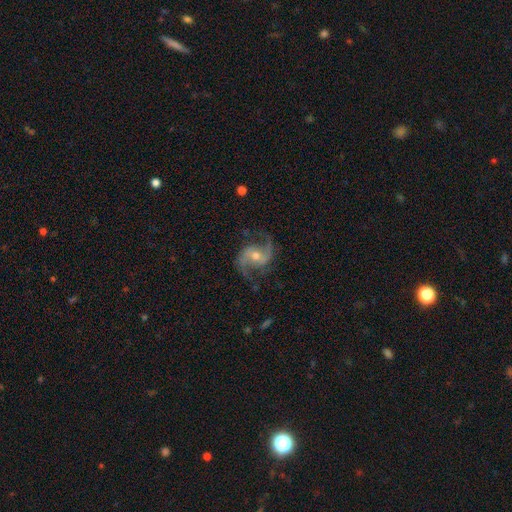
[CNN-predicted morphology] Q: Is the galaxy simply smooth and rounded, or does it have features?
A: featured or disk — 90%.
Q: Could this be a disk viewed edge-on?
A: no — 98%.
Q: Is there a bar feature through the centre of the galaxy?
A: no — 45%.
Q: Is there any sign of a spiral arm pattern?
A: yes — 98%.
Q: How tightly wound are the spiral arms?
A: medium — 48%.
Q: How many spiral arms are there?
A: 2 — 93%.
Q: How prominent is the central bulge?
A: moderate — 58%.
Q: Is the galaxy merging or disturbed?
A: none — 78%.